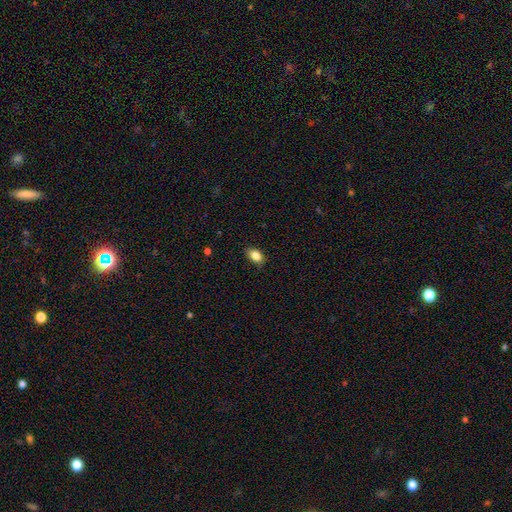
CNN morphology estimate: smooth-or-featured: smooth: 85% | star or artifact: 9% | featured or disk: 6%
  how-rounded: in between: 83% | round: 15% | cigar-shaped: 2%
  merging: none: 82% | minor disturbance: 14% | major disturbance: 3% | merger: 1%